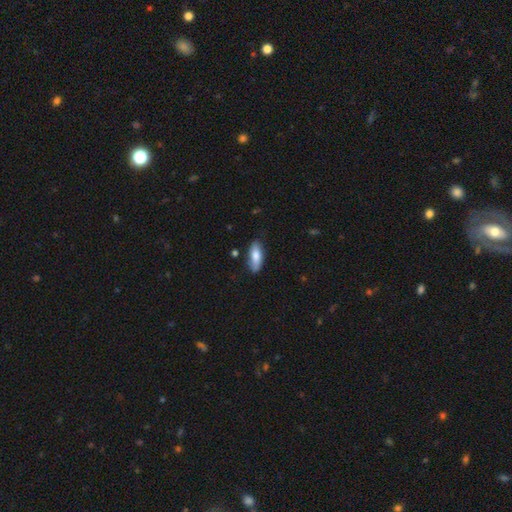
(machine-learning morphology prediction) smooth_or_featured: smooth (p=0.77) [alt: featured or disk p=0.17]
how_rounded: in between (p=0.73) [alt: cigar-shaped p=0.24]
merging: none (p=0.76) [alt: minor disturbance p=0.18]